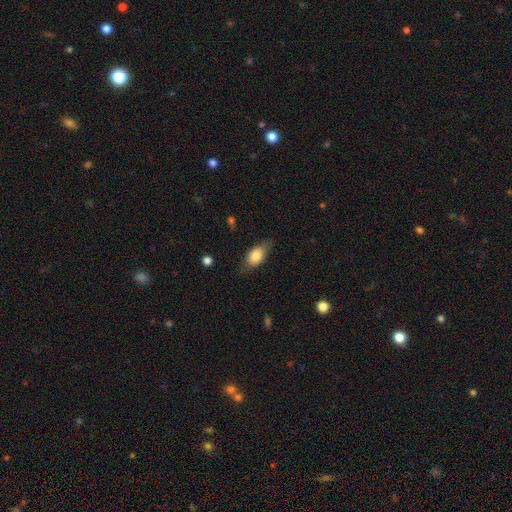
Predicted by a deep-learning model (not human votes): Q: Smooth or featured?
A: smooth (77%); runner-up: featured or disk (16%)
Q: How rounded?
A: in between (84%); runner-up: round (10%)
Q: Merging?
A: none (66%); runner-up: minor disturbance (25%)